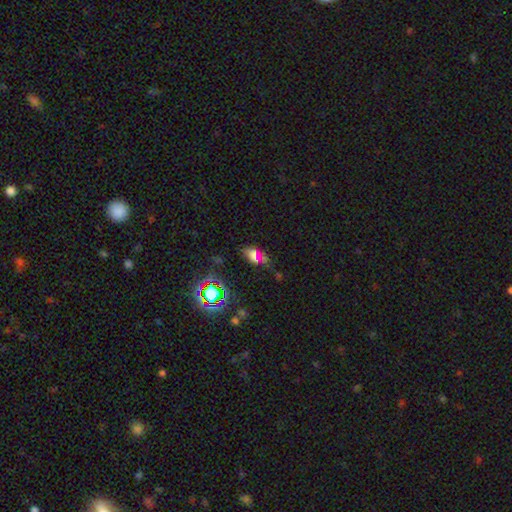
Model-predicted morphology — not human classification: Q: Smooth or featured?
A: smooth (55%); runner-up: star or artifact (29%)
Q: How rounded?
A: in between (83%); runner-up: round (11%)
Q: Merging?
A: none (47%); runner-up: minor disturbance (22%)